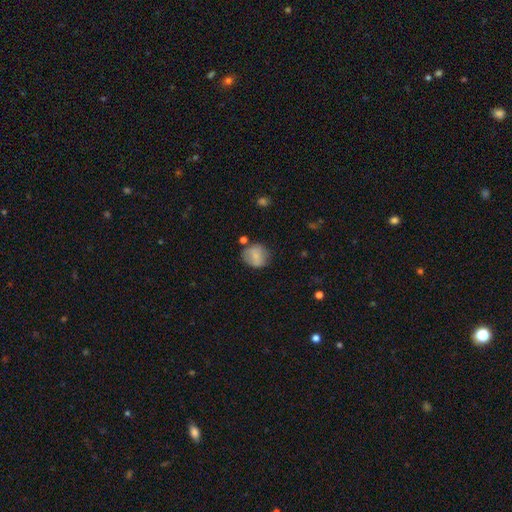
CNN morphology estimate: smooth_or_featured: smooth (p=0.75) [alt: featured or disk p=0.17]
how_rounded: round (p=0.78) [alt: in between p=0.20]
merging: none (p=0.69) [alt: minor disturbance p=0.20]